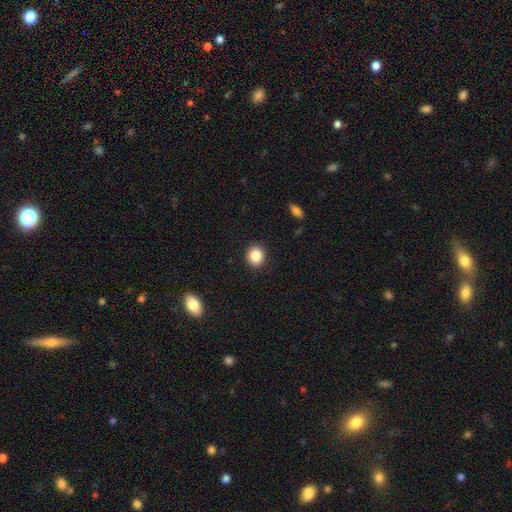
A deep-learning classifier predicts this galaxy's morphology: A smooth galaxy with no disk features (86%) that is round (66%).

Vote fractions:
- Smooth or featured? smooth: 86% / star or artifact: 9% / featured or disk: 5%
- How rounded? round: 66% / in between: 33% / cigar-shaped: 1%
- Merging? none: 90% / minor disturbance: 7% / major disturbance: 2% / merger: 1%